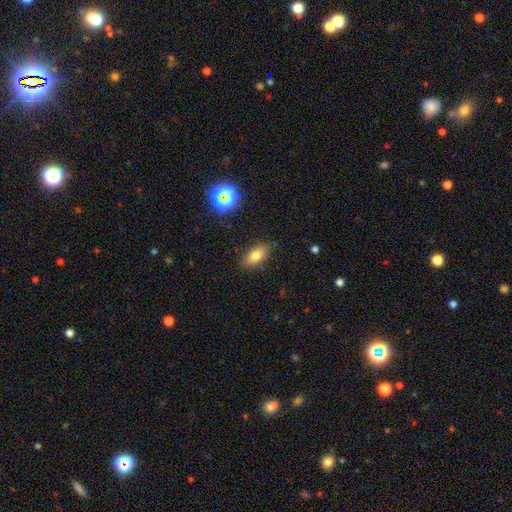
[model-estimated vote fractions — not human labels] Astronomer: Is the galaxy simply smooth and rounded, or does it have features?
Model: smooth — 75%.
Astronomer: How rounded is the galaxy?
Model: in between — 80%.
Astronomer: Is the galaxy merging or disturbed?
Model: none — 85%.